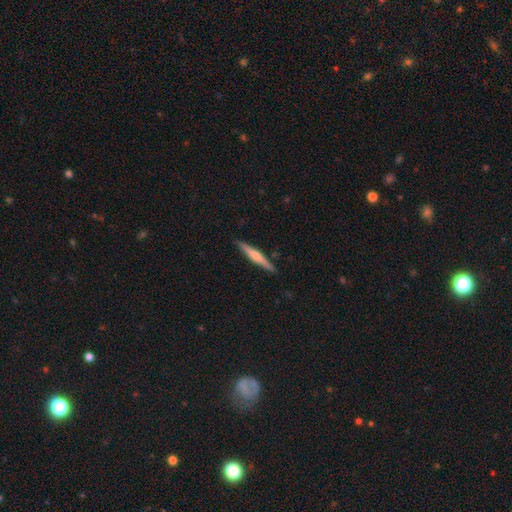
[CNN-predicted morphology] Smooth or featured: featured or disk — 57% (smooth — 38%)
Edge-on disk: yes — 98% (no — 2%)
Edge-on bulge: rounded — 78% (none — 13%)
Merging: none — 90% (minor disturbance — 7%)